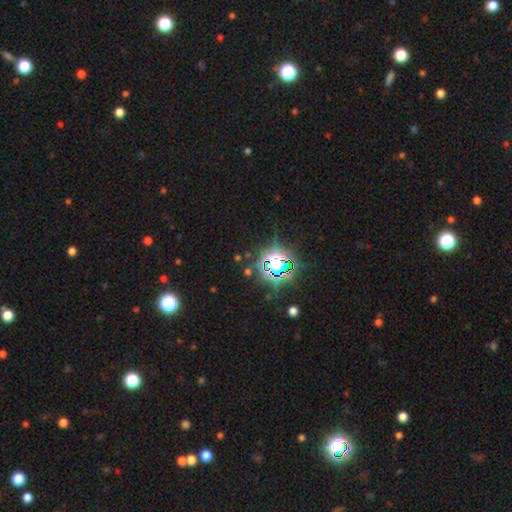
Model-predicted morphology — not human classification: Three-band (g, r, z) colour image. It shows a star or artifact, not a galaxy (81%).